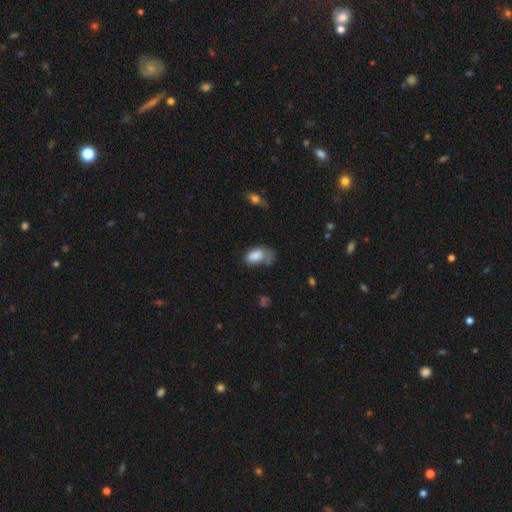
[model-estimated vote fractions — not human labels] Smooth or featured? smooth (81%)
How rounded? in between (91%)
Merging? none (33%)